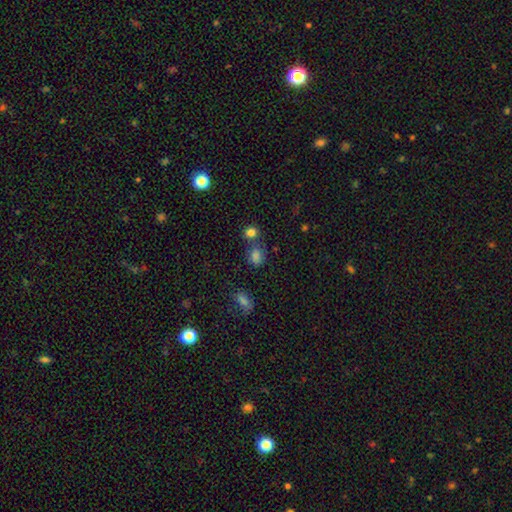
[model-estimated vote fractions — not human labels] Morphology: type=smooth (76%); roundness=round (52%); merging=none (58%).